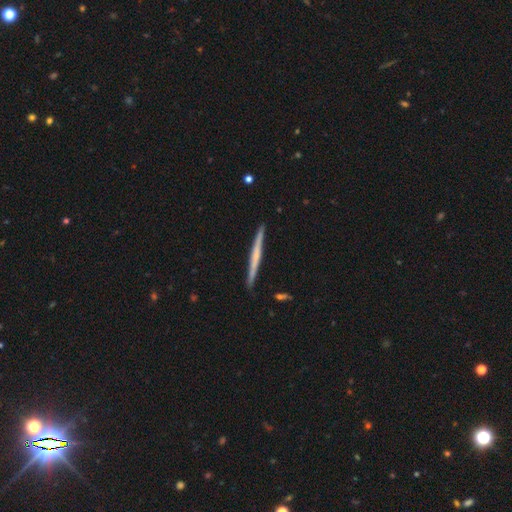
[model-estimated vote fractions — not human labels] The model was most divided on "smooth or featured": featured or disk: 55%, smooth: 40%, star or artifact: 5%. More confident: edge-on disk — yes (98%); merging — none (92%); edge-on bulge — none (75%).